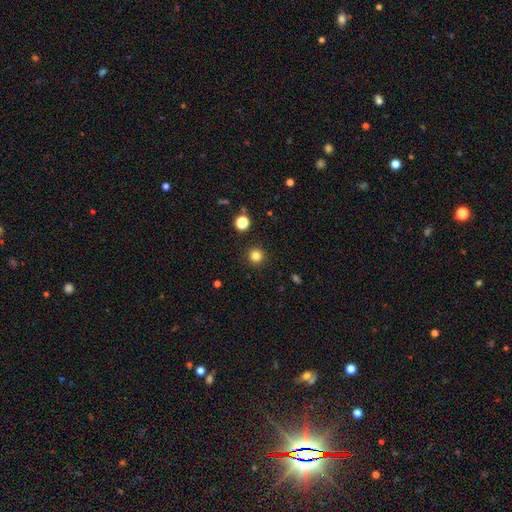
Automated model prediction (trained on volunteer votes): Smooth or featured? Predicted: smooth (p=0.83). How rounded? Predicted: round (p=0.95). Merging? Predicted: none (p=0.92).